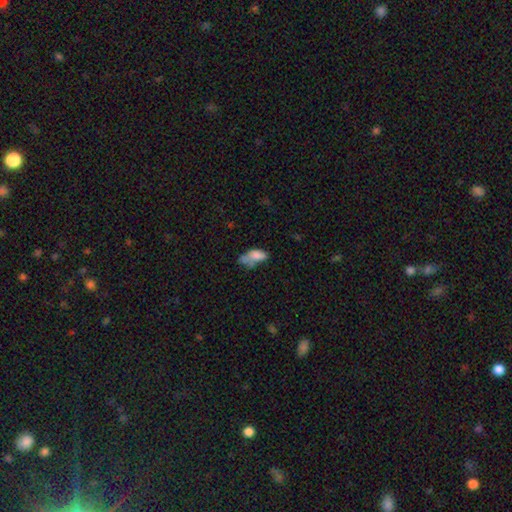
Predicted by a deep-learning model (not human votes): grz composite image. It shows a smooth galaxy with no disk features (72%) that is in between round and cigar-shaped (87%). Merging: merger (29%).